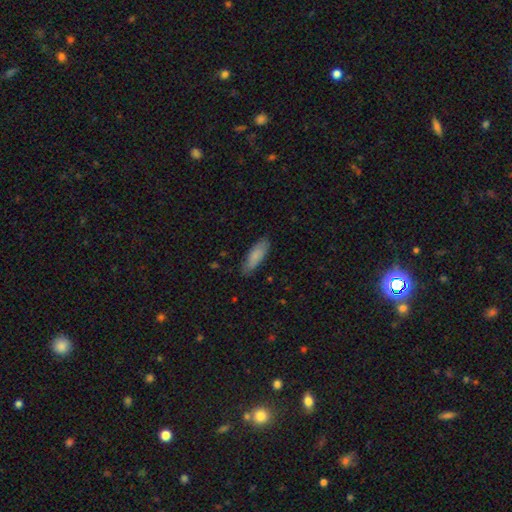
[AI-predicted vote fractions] Morphology: type=smooth (83%); roundness=in between (58%); merging=none (83%).